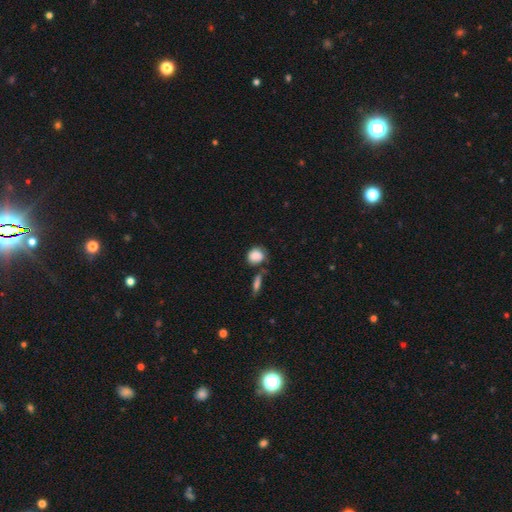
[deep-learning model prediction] Morphology: type=smooth (84%); roundness=round (73%); merging=none (58%).